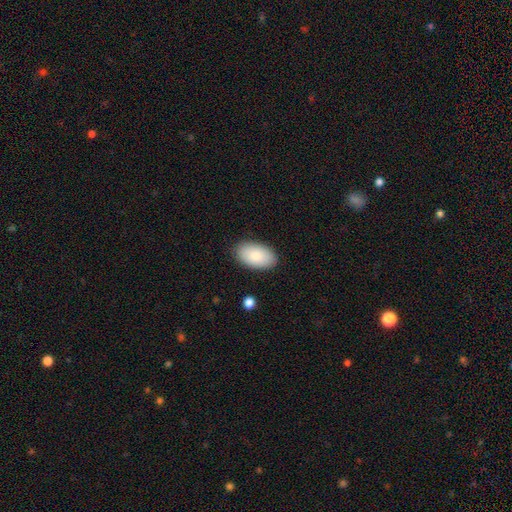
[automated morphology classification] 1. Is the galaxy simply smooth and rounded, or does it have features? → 86% smooth, 8% featured or disk, 6% star or artifact.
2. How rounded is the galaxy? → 95% in between, 4% round, 1% cigar-shaped.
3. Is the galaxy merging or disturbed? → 88% none, 9% minor disturbance, 2% major disturbance, 1% merger.